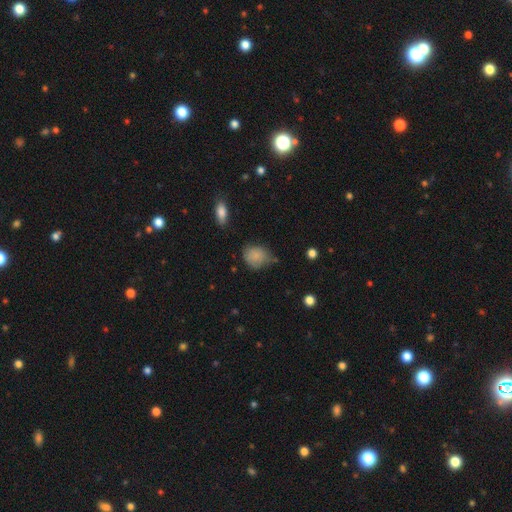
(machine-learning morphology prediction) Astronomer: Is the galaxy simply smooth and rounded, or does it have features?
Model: smooth — 84%.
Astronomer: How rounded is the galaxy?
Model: round — 57% (runner-up: in between, 42%).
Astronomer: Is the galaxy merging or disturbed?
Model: none — 53% (runner-up: minor disturbance, 35%).